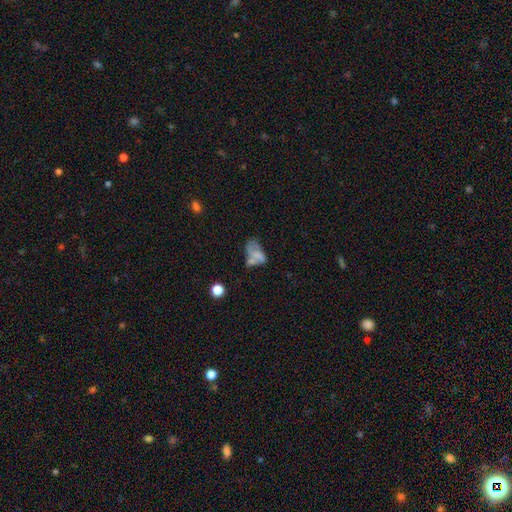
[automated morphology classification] smooth_or_featured: smooth (p=0.49) [alt: featured or disk p=0.37]
merging: major disturbance (p=0.31) [alt: merger p=0.27]